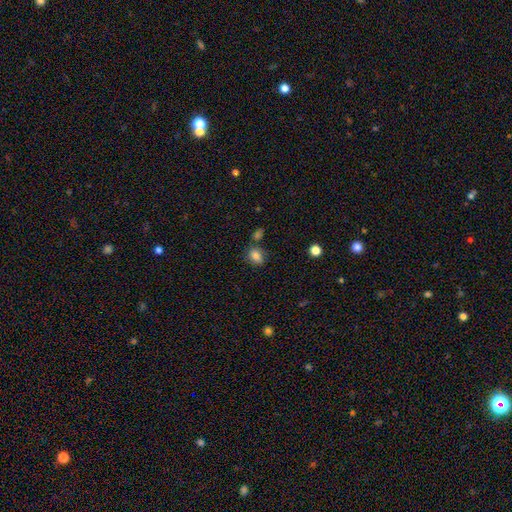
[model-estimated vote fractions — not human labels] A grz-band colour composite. It shows a smooth galaxy with no disk features (82%) that is in between round and cigar-shaped (65%). Merging: none (66%).